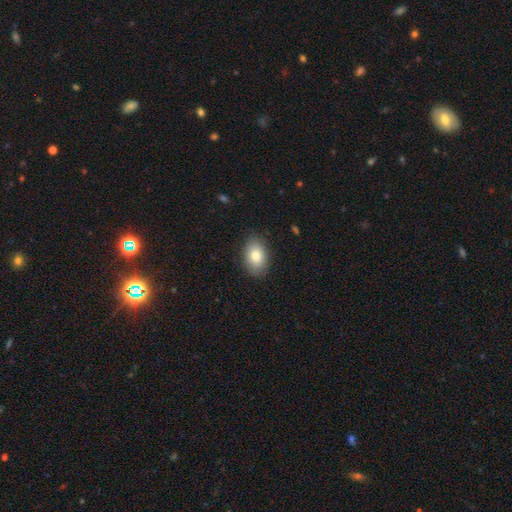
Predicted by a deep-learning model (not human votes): Smooth or featured: smooth — 80% (featured or disk — 12%)
How rounded: in between — 85% (round — 14%)
Merging: none — 87% (minor disturbance — 10%)